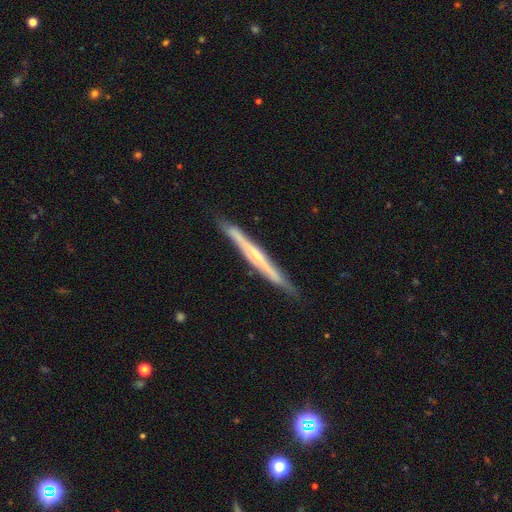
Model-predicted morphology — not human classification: featured or disk 69%, smooth 25%, star or artifact 6%. Down the decision tree: edge-on disk — yes (96%); edge-on bulge — none (49%); merging — none (86%).